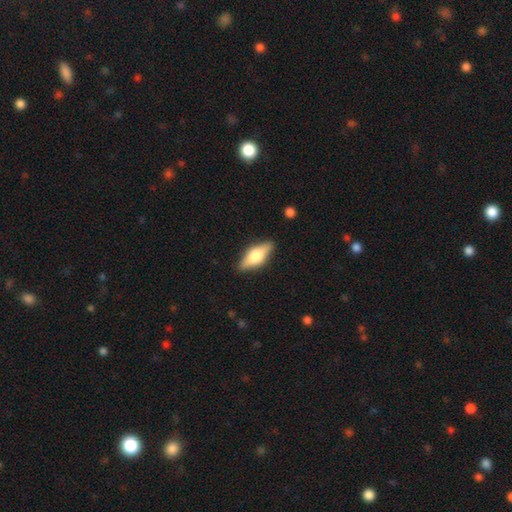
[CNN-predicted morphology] Overall: smooth (50%; featured or disk 44%). Merging: none (86%).